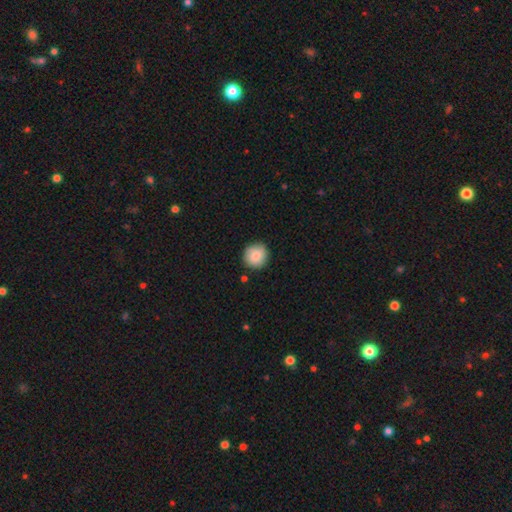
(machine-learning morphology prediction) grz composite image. It shows a smooth galaxy with no disk features (86%) that is round (92%). Merging: none (88%).